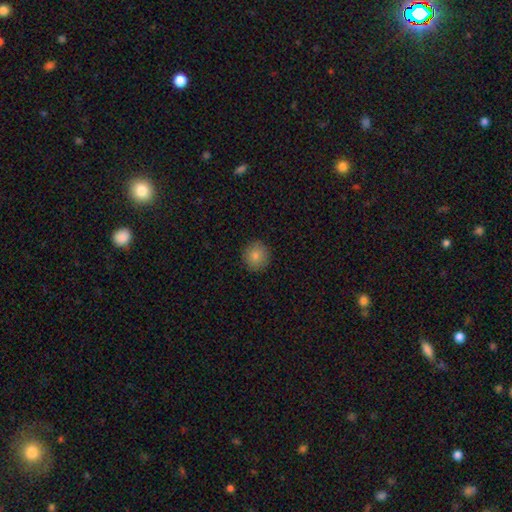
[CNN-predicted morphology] A smooth galaxy with no disk features (85%) that is round (92%).

Vote fractions:
- Smooth or featured? smooth: 85% / star or artifact: 9% / featured or disk: 6%
- How rounded? round: 92% / in between: 7% / cigar-shaped: 1%
- Merging? none: 91% / minor disturbance: 6% / major disturbance: 2% / merger: 1%